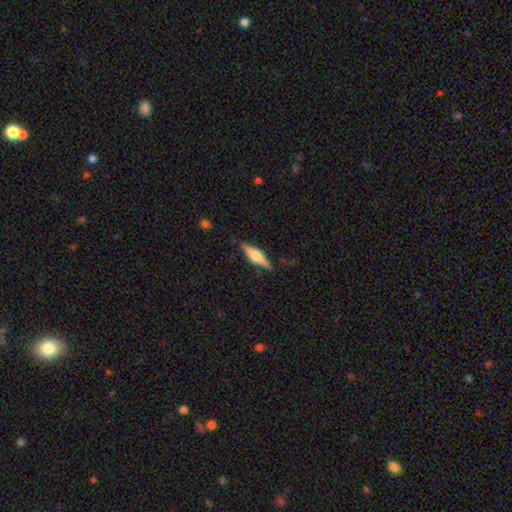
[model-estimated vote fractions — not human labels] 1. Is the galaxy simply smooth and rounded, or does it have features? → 54% featured or disk, 40% smooth, 6% star or artifact.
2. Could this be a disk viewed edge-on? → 96% yes, 4% no.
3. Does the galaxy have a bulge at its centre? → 79% rounded, 17% boxy, 4% none.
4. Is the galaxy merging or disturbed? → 84% none, 12% minor disturbance, 3% major disturbance, 1% merger.